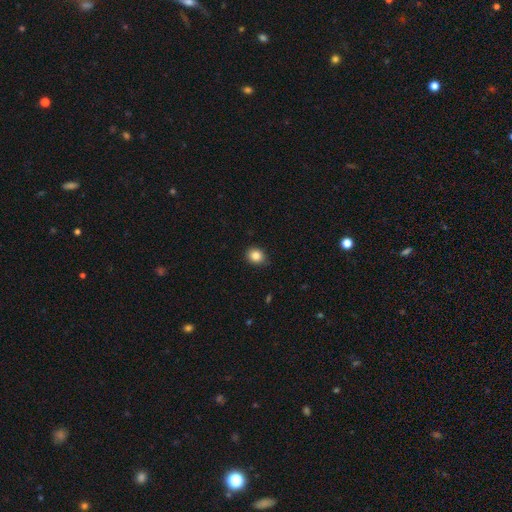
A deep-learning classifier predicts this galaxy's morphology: A smooth galaxy with no disk features (85%) that is round (59%). Merging: none (84%).